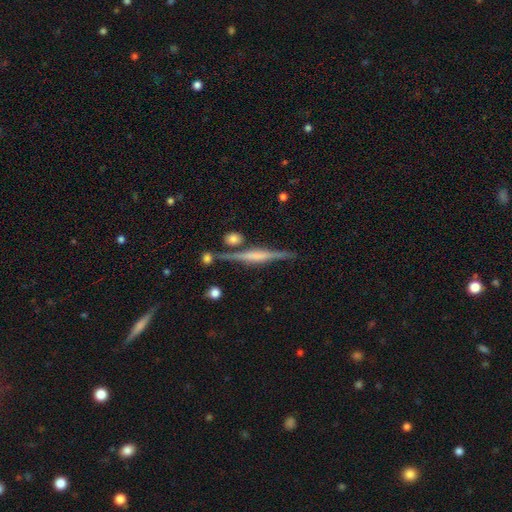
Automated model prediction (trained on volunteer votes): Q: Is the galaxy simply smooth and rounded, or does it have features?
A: featured or disk — 75%.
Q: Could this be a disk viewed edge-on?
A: yes — 97%.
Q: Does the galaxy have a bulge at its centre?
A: boxy — 41%.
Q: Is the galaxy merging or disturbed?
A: none — 81%.